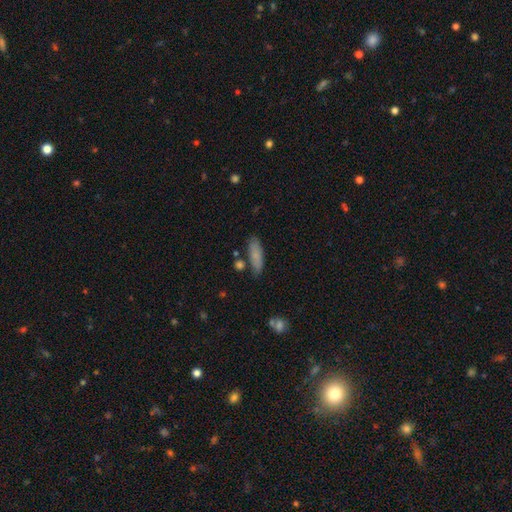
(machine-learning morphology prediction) Q: Smooth or featured?
A: smooth (82%); runner-up: featured or disk (12%)
Q: How rounded?
A: in between (54%); runner-up: cigar-shaped (44%)
Q: Merging?
A: none (76%); runner-up: minor disturbance (15%)